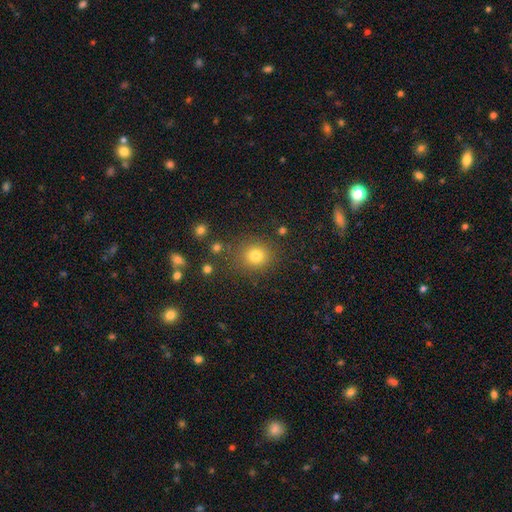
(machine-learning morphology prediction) Smooth or featured? Predicted: smooth (p=0.78). How rounded? Predicted: round (p=0.87). Merging? Predicted: none (p=0.84).